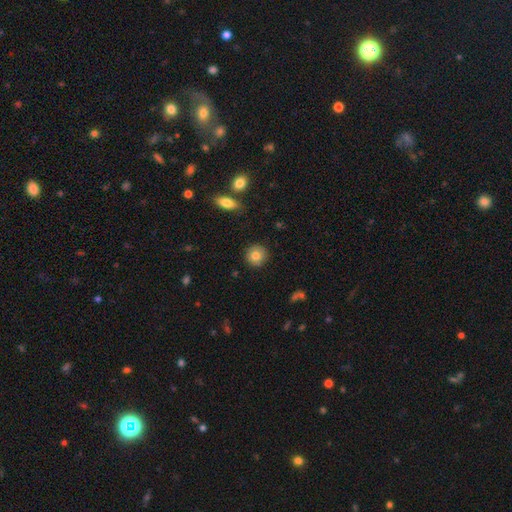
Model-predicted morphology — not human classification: smooth 81%, featured or disk 11%, star or artifact 8%. Down the decision tree: how rounded — round (92%); merging — none (88%).